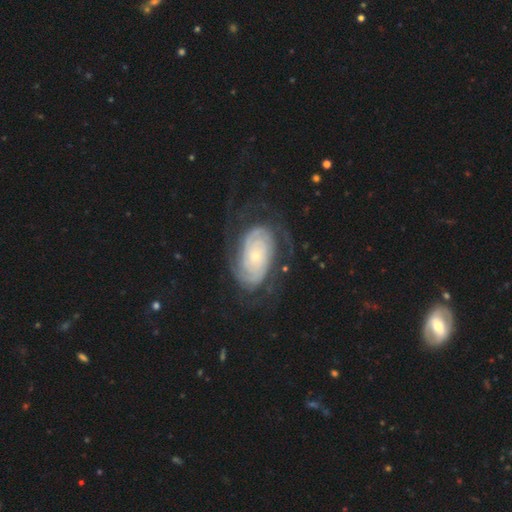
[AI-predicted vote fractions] The model was most divided on "spiral arm count": 2: 40%, can't tell: 31%, 3: 11%, 4: 7%, more than 4: 5%, 1: 5%. More confident: edge-on disk — no (96%); spiral arms — yes (94%); smooth or featured — featured or disk (83%); bar — no (79%); bulge size — small (75%); spiral winding — tight (70%); merging — none (68%).